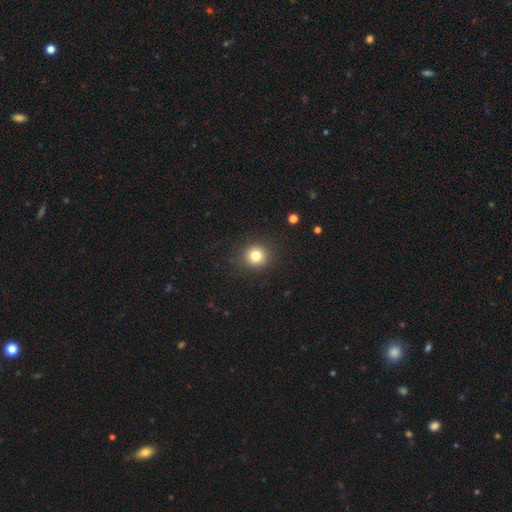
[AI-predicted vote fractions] Smooth or featured? Predicted: smooth (p=0.81). How rounded? Predicted: round (p=0.91). Merging? Predicted: none (p=0.89).